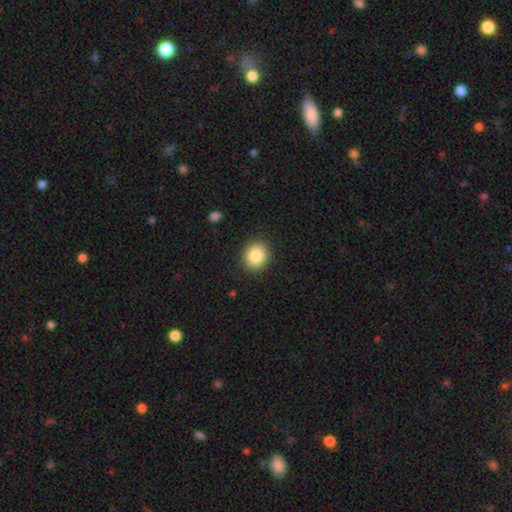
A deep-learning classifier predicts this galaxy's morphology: The model was most divided on "how rounded": round: 70%, in between: 29%, cigar-shaped: 1%. More confident: merging — none (90%); smooth or featured — smooth (85%).